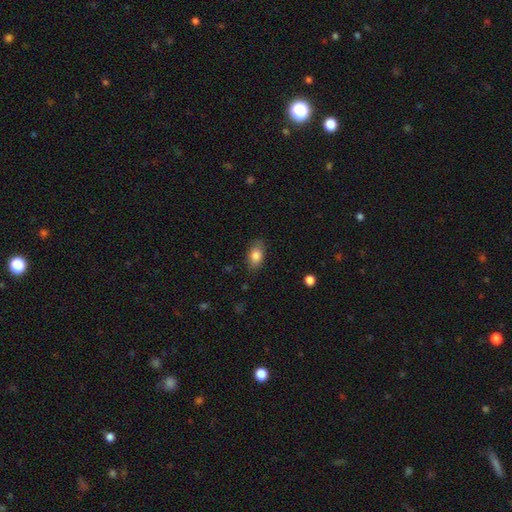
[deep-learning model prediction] Smooth or featured: smooth — 83% (featured or disk — 10%)
How rounded: in between — 87% (round — 9%)
Merging: none — 83% (minor disturbance — 13%)